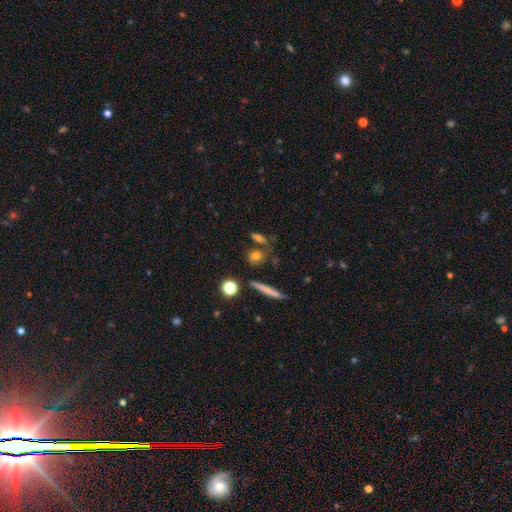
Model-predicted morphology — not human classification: smooth_or_featured: smooth (p=0.74) [alt: featured or disk p=0.14]
how_rounded: in between (p=0.45) [alt: round p=0.40]
merging: none (p=0.69) [alt: merger p=0.13]